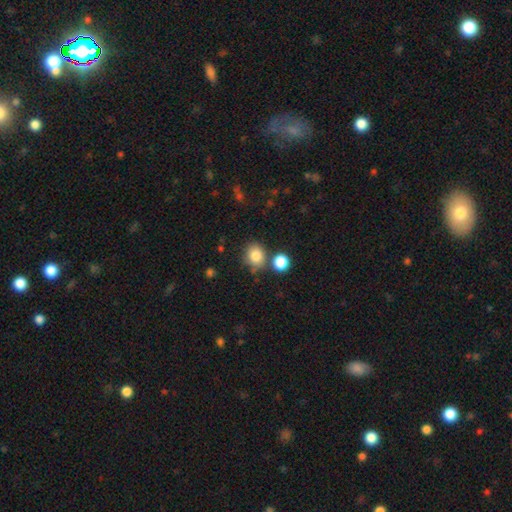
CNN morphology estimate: This is clearly a smooth galaxy (82%). How rounded: likely round (66%). Merging: likely none (70%).